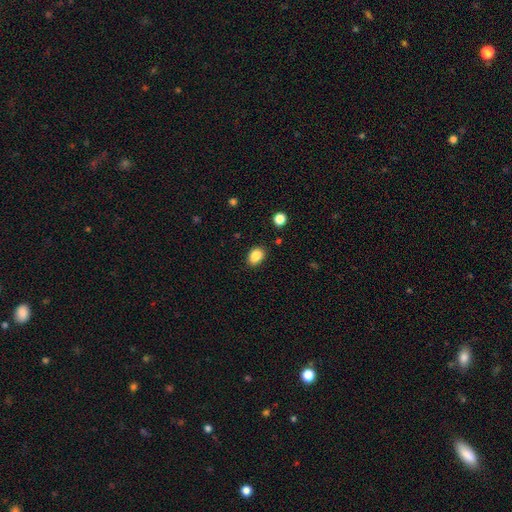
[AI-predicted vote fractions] Overall: smooth (87%). How rounded: in between (73%). Merging: none (85%).